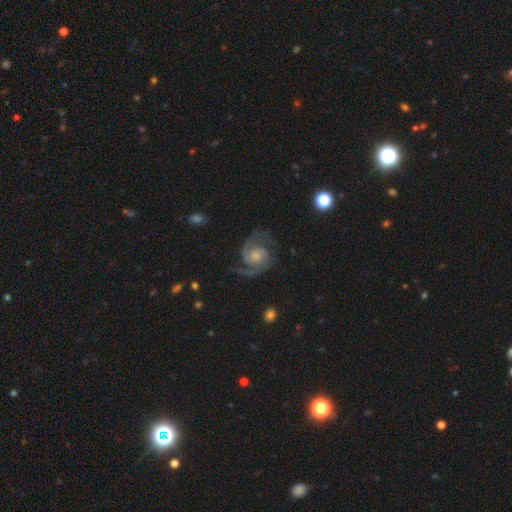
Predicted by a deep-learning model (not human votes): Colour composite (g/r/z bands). It shows a featured or disk galaxy (91%) with no bar (69%), 2 (91%) medium (58%) spiral arms (98%) and a moderate central bulge (40%). Merging: none (75%).